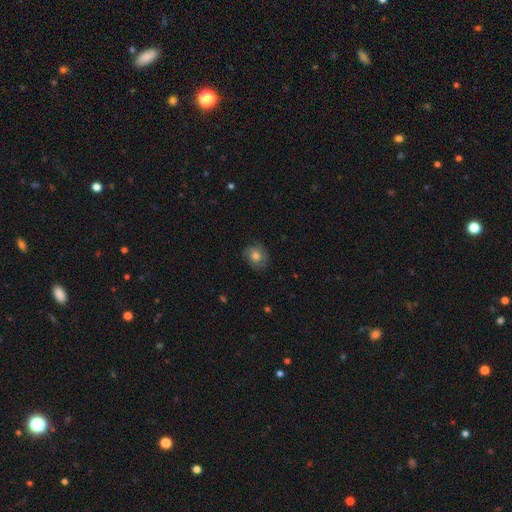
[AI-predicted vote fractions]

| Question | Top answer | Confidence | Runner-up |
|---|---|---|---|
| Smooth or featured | smooth | 67% | featured or disk (22%) |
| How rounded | round | 70% | in between (29%) |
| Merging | none | 77% | minor disturbance (17%) |